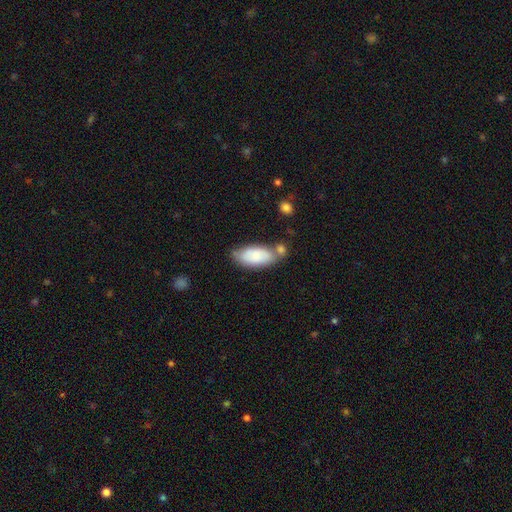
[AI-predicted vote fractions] This appears to be a smooth galaxy with no disk features (78%) that is in between round and cigar-shaped (88%). Merging: none (53%).